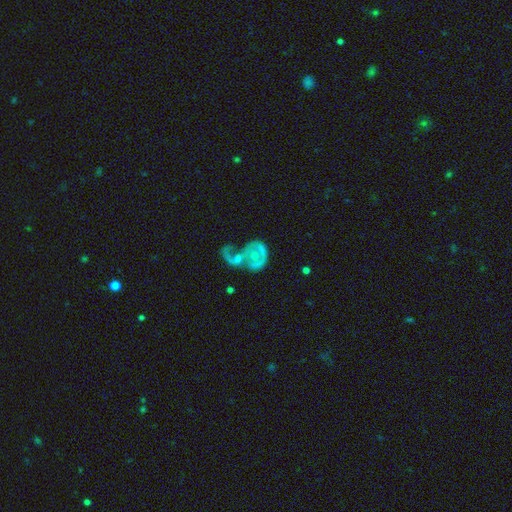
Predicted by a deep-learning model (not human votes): Morphology: type=featured or disk (66%); edge-on=no (98%); bar=no (79%); spiral arms=yes (52%); bulge=small (34%); merging=merger (56%).